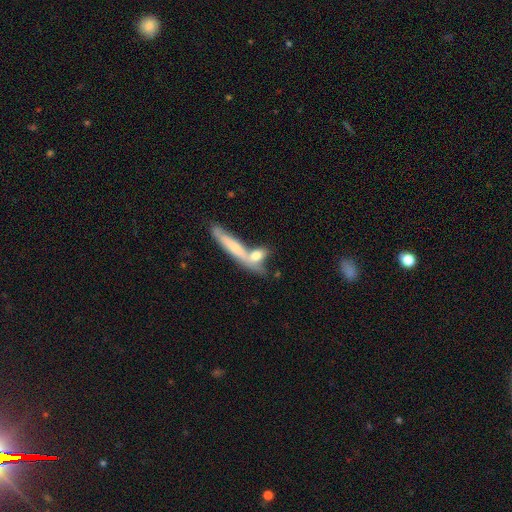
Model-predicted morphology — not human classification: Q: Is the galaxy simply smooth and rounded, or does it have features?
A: smooth — 68%.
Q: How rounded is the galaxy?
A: cigar-shaped — 45%.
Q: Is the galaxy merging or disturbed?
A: merger — 44%.